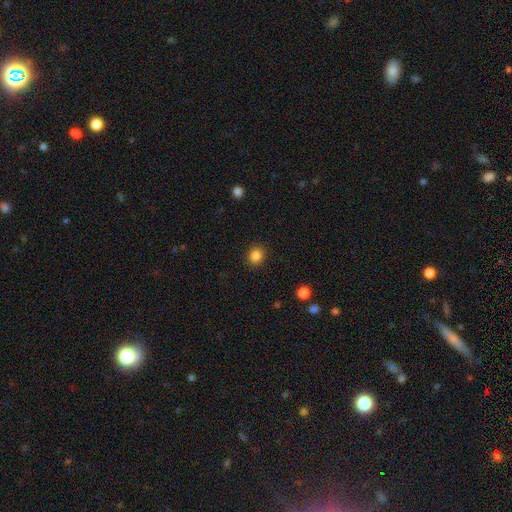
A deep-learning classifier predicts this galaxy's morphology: Smooth or featured?
  - smooth: 85% *
  - star or artifact: 11%
  - featured or disk: 4%
How rounded?
  - round: 77% *
  - in between: 22%
  - cigar-shaped: 1%
Merging?
  - none: 90% *
  - minor disturbance: 7%
  - major disturbance: 2%
  - merger: 1%